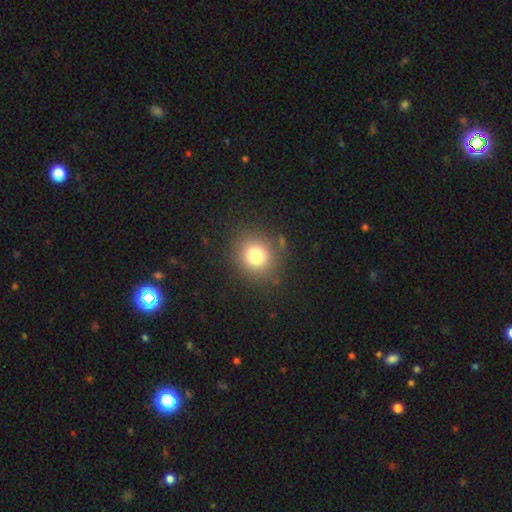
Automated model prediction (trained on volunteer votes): Overall: smooth (78%). How rounded: round (83%). Merging: none (86%).